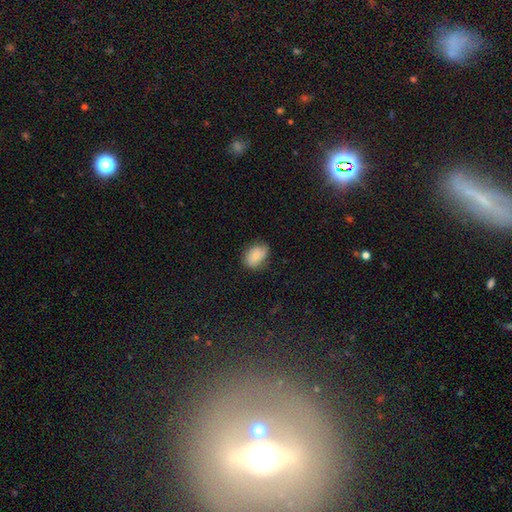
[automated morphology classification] smooth 78%, featured or disk 13%, star or artifact 8%. Down the decision tree: how rounded — in between (80%); merging — none (68%).